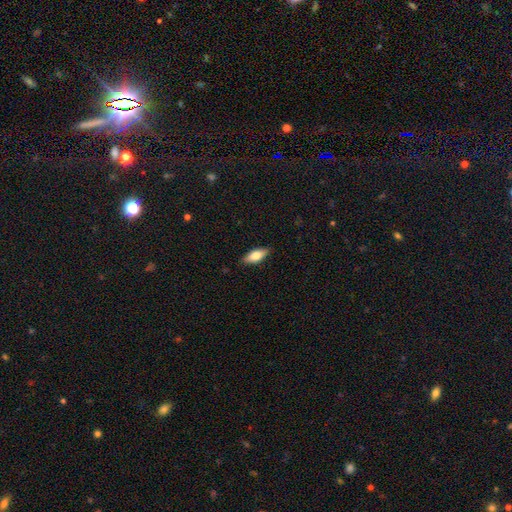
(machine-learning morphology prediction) This appears to be a smooth galaxy with no disk features (73%) that is in between round and cigar-shaped (78%). Merging: none (87%).